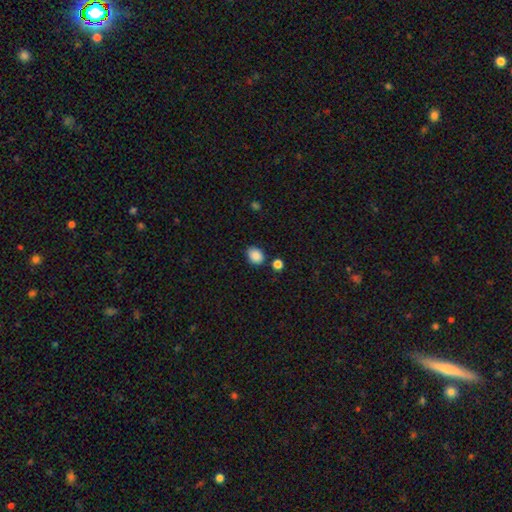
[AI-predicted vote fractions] Overall: smooth (88%). How rounded: in between (58%; round 41%). Merging: none (78%).